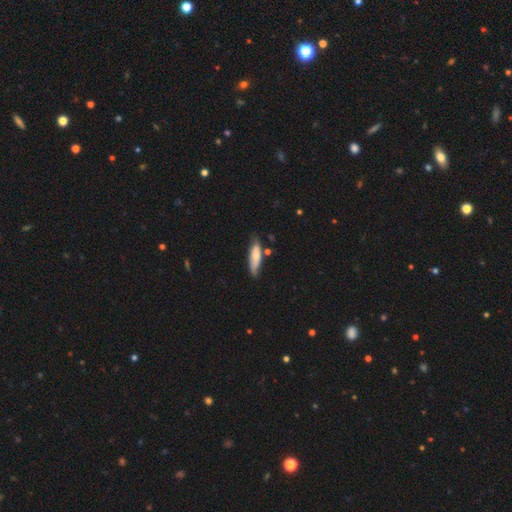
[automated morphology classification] A smooth galaxy with no disk features (68%) that is cigar-shaped (58%). Merging: none (63%).